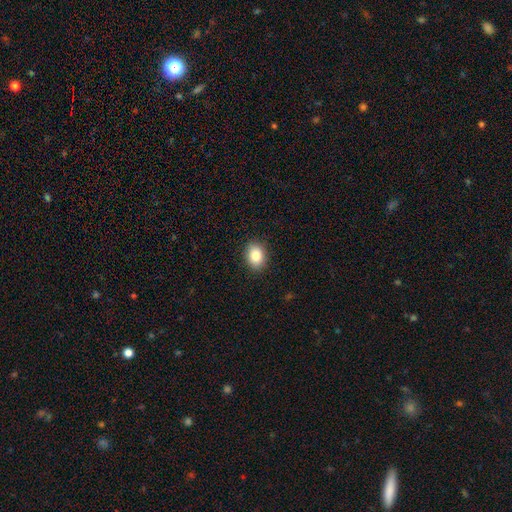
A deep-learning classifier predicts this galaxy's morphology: This is clearly a smooth galaxy (85%). How rounded: likely in between (68%). Merging: clearly none (89%).